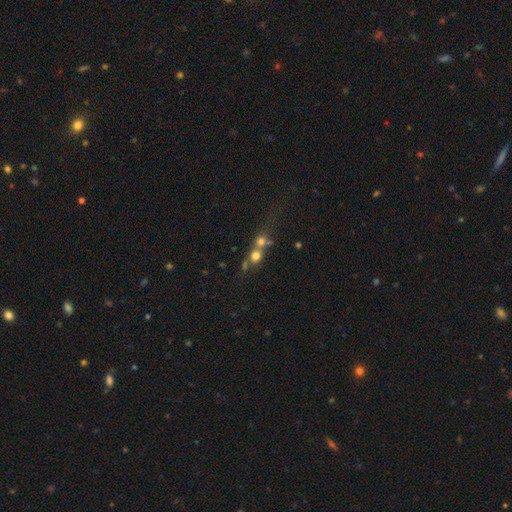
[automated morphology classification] This is likely a smooth galaxy (66%). How rounded: likely round (80%). Merging: likely merger (61%).